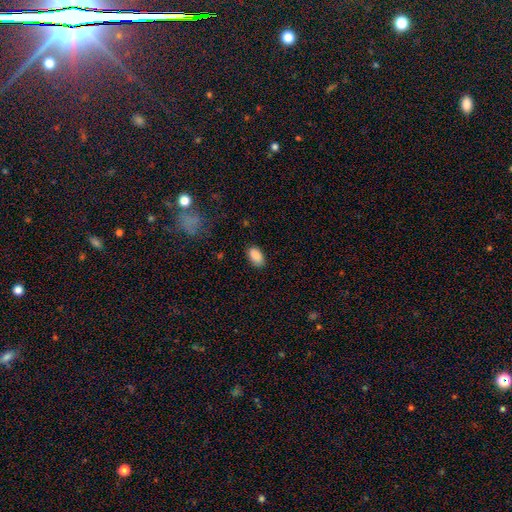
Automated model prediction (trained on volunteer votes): Smooth or featured? smooth (89%)
How rounded? in between (93%)
Merging? none (81%)